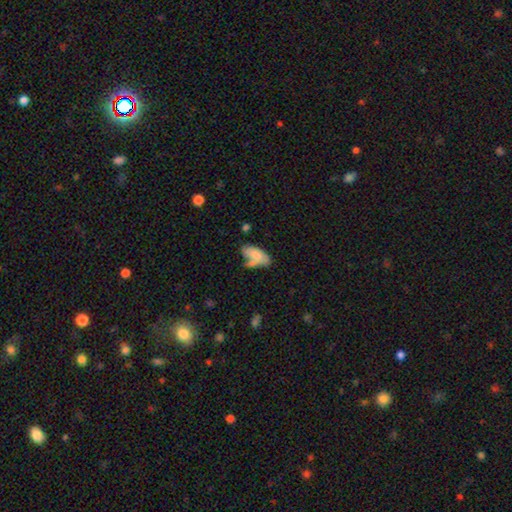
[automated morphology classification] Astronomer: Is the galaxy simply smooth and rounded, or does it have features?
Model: smooth — 74%.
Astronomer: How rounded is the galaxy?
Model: in between — 87%.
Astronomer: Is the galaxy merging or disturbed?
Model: none — 39% (runner-up: minor disturbance, 24%).